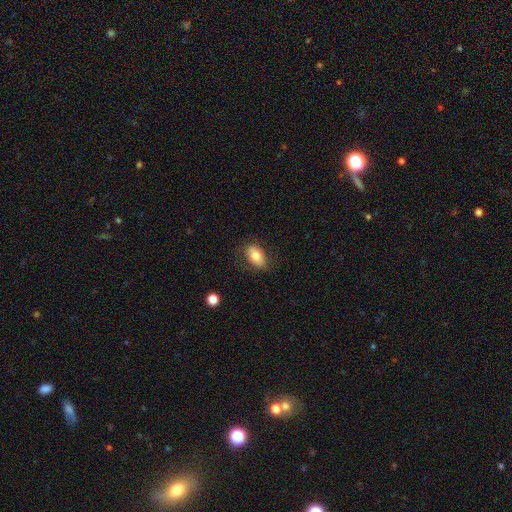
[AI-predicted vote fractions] smooth_or_featured: smooth (p=0.78) [alt: featured or disk p=0.14]
how_rounded: in between (p=0.90) [alt: round p=0.08]
merging: none (p=0.82) [alt: minor disturbance p=0.13]